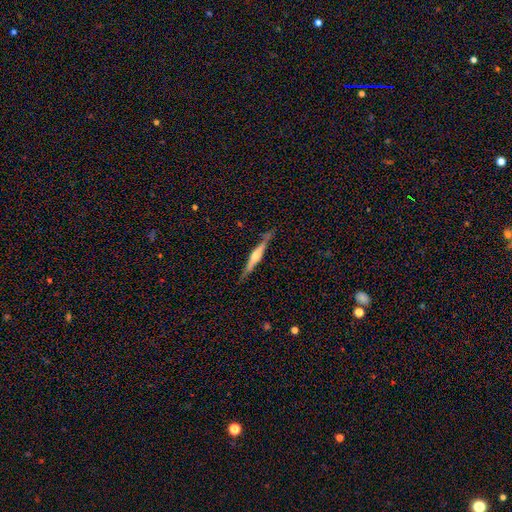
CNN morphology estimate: featured or disk 75%, smooth 20%, star or artifact 5%. Down the decision tree: edge-on disk — yes (98%); edge-on bulge — rounded (71%); merging — none (86%).